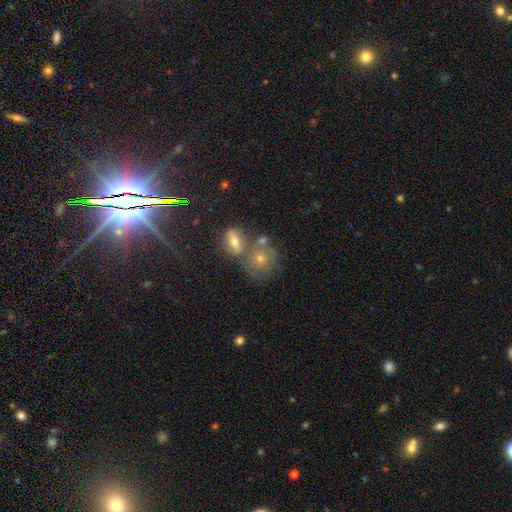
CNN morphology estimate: Smooth or featured? Predicted: star or artifact (p=0.50).